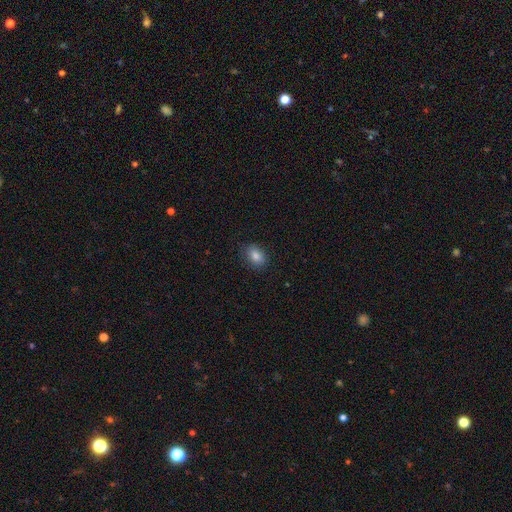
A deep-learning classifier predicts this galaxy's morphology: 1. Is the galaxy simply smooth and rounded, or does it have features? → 84% smooth, 9% star or artifact, 8% featured or disk.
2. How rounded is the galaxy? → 79% in between, 20% round, 1% cigar-shaped.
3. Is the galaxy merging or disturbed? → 84% none, 12% minor disturbance, 3% major disturbance, 1% merger.